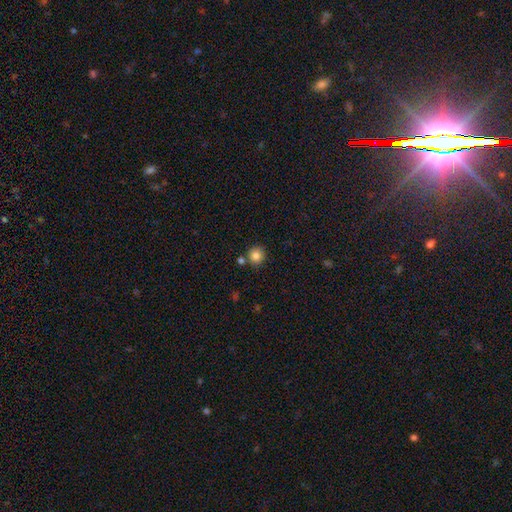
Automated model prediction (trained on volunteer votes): Overall: smooth (85%). How rounded: round (91%). Merging: none (78%).